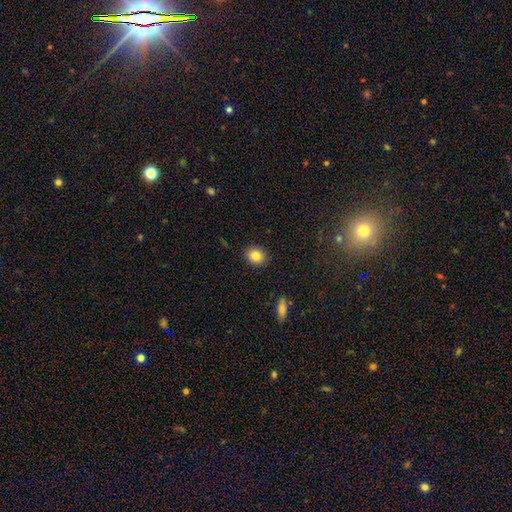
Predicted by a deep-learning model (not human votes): A smooth galaxy with no disk features (84%) that is round (72%). Merging: none (90%).